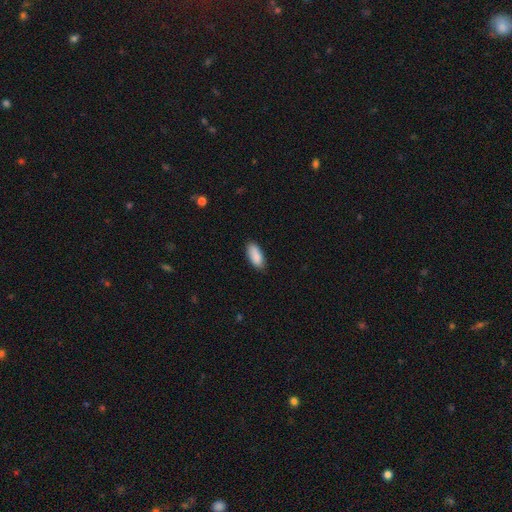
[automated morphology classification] This is clearly a smooth galaxy (89%). How rounded: clearly in between (88%). Merging: clearly none (84%).